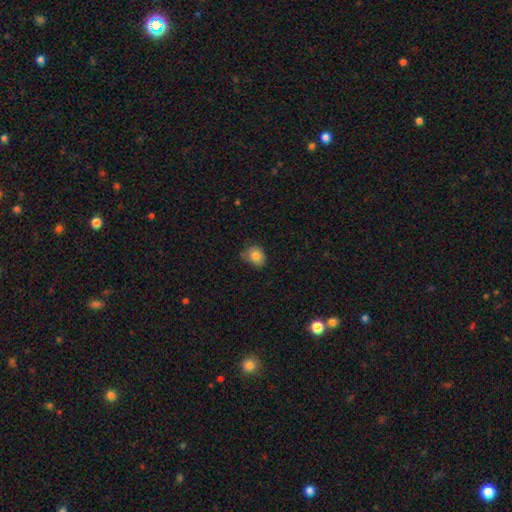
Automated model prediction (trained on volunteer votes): smooth_or_featured: smooth (p=0.82) [alt: star or artifact p=0.10]
how_rounded: round (p=0.64) [alt: in between p=0.35]
merging: none (p=0.64) [alt: minor disturbance p=0.29]